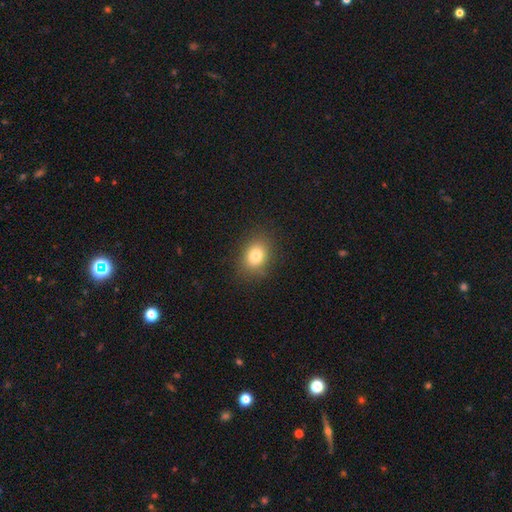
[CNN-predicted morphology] A smooth galaxy with no disk features (80%) that is in between round and cigar-shaped (56%).

Vote fractions:
- Smooth or featured? smooth: 80% / star or artifact: 12% / featured or disk: 8%
- How rounded? in between: 56% / round: 43% / cigar-shaped: 1%
- Merging? none: 85% / minor disturbance: 10% / major disturbance: 3% / merger: 1%